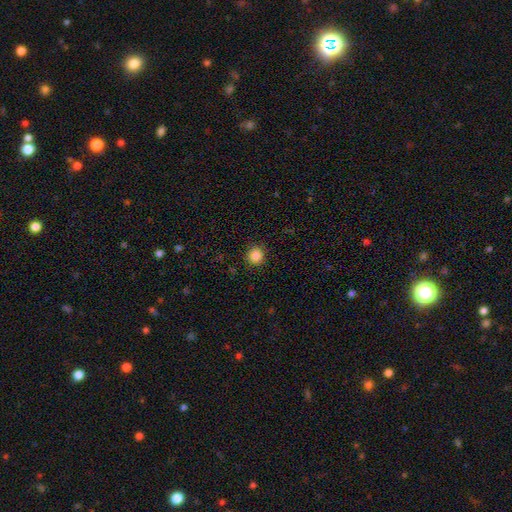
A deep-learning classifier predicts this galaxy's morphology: smooth 86%, star or artifact 11%, featured or disk 3%. Down the decision tree: how rounded — round (91%); merging — none (91%).